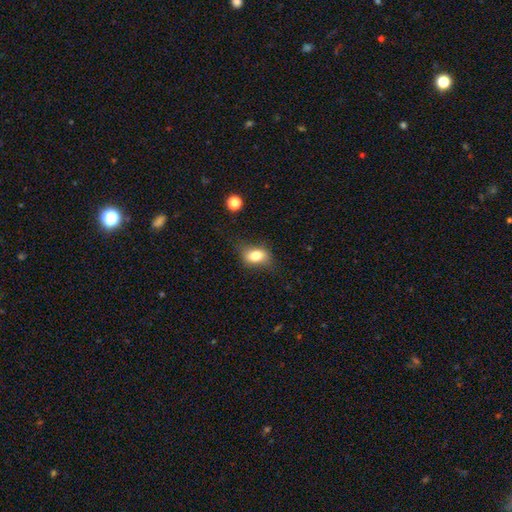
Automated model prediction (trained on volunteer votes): Morphology: type=smooth (78%); roundness=in between (77%); merging=none (66%).